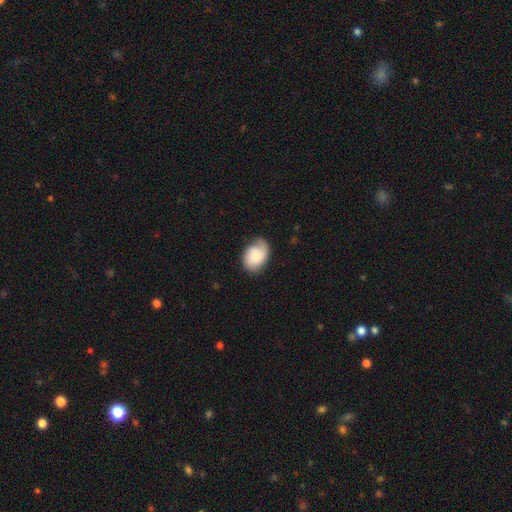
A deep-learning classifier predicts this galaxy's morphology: A smooth galaxy with no disk features (72%) that is in between round and cigar-shaped (78%).

Vote fractions:
- Smooth or featured? smooth: 72% / featured or disk: 20% / star or artifact: 7%
- How rounded? in between: 78% / round: 21% / cigar-shaped: 1%
- Merging? none: 67% / minor disturbance: 25% / major disturbance: 6% / merger: 1%